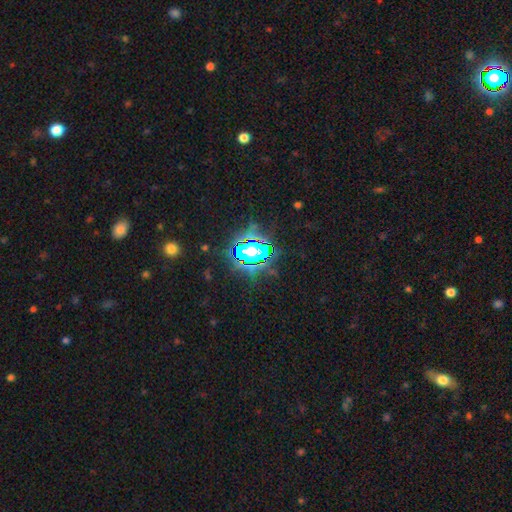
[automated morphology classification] Overall: star or artifact (73%).